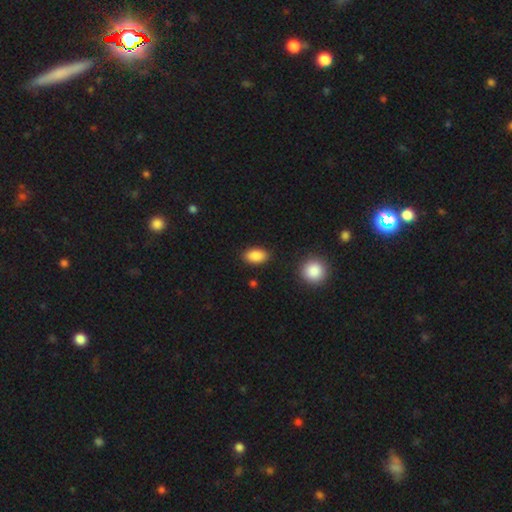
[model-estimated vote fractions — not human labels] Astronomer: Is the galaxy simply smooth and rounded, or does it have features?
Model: smooth — 88%.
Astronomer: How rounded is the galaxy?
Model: in between — 91%.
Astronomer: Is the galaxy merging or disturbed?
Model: none — 86%.